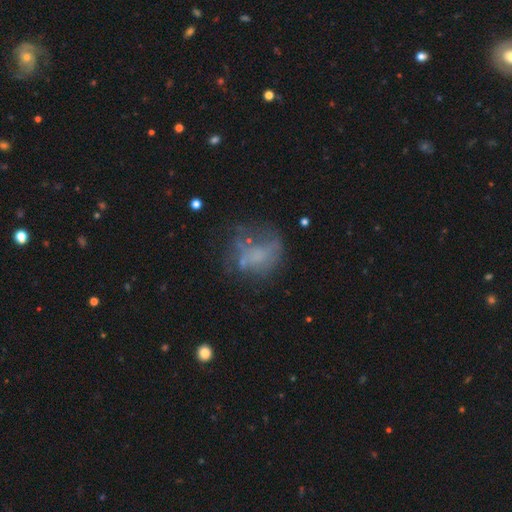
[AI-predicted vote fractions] Smooth or featured? featured or disk (44%)
Merging? none (42%)